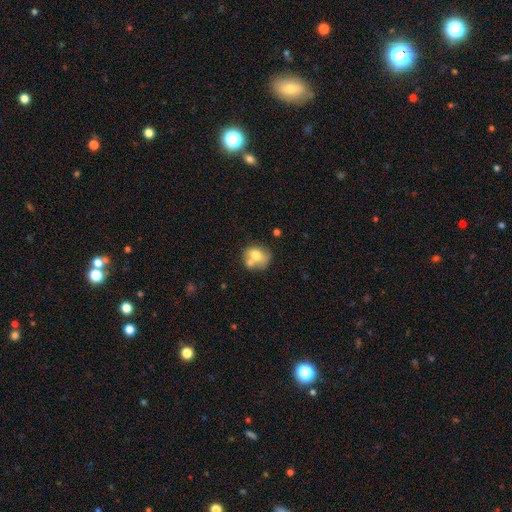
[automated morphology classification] Q: Smooth or featured?
A: smooth (67%); runner-up: featured or disk (24%)
Q: How rounded?
A: round (66%); runner-up: in between (33%)
Q: Merging?
A: none (45%); runner-up: merger (35%)